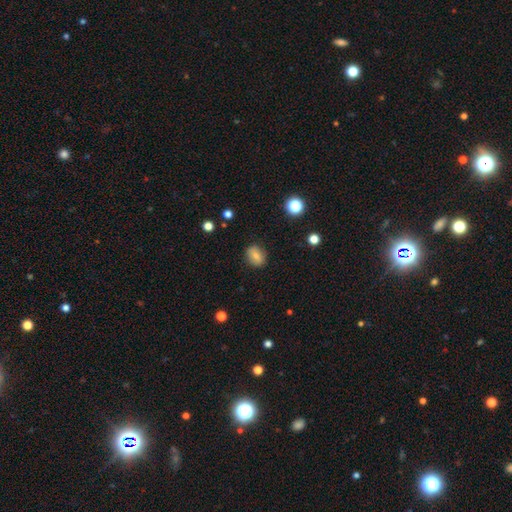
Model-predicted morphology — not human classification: Smooth or featured: smooth — 74% (featured or disk — 15%)
How rounded: in between — 57% (round — 42%)
Merging: none — 85% (minor disturbance — 11%)